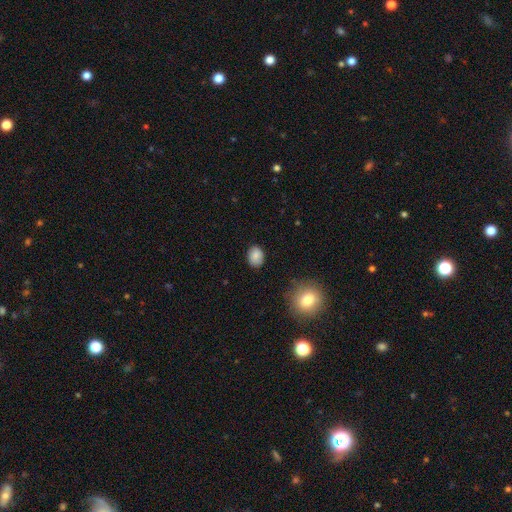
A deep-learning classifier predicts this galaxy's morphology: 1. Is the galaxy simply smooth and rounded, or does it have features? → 85% smooth, 9% star or artifact, 6% featured or disk.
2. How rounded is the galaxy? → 51% round, 48% in between, 1% cigar-shaped.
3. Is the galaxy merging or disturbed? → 85% none, 11% minor disturbance, 3% major disturbance, 1% merger.